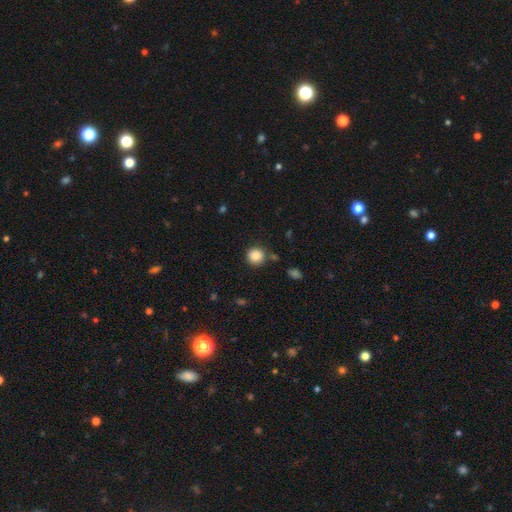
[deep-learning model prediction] smooth-or-featured: smooth: 85% | star or artifact: 10% | featured or disk: 5%
  how-rounded: round: 92% | in between: 7% | cigar-shaped: 1%
  merging: none: 82% | minor disturbance: 10% | merger: 5% | major disturbance: 3%